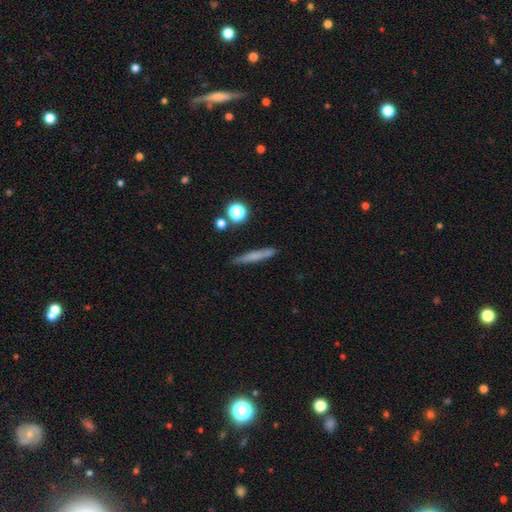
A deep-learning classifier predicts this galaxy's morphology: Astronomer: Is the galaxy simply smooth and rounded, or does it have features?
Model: smooth — 64%.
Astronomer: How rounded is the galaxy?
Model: cigar-shaped — 92%.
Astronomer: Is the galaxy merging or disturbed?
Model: none — 85%.